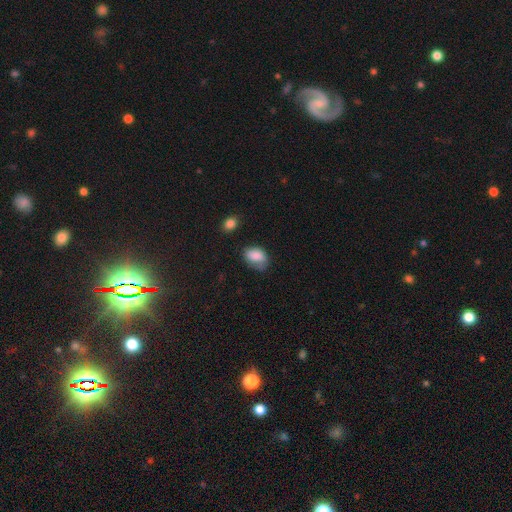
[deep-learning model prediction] Smooth or featured?
  - smooth: 82% *
  - featured or disk: 10%
  - star or artifact: 8%
How rounded?
  - in between: 83% *
  - round: 16%
  - cigar-shaped: 1%
Merging?
  - none: 55% *
  - minor disturbance: 31%
  - major disturbance: 11%
  - merger: 3%